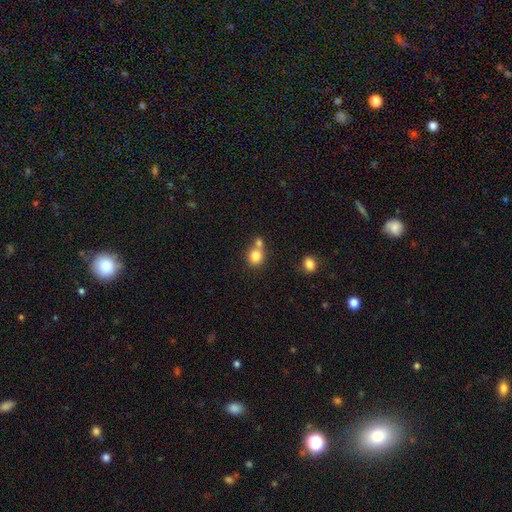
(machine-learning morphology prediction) A smooth galaxy with no disk features (82%) that is round (77%). Merging: none (46%).